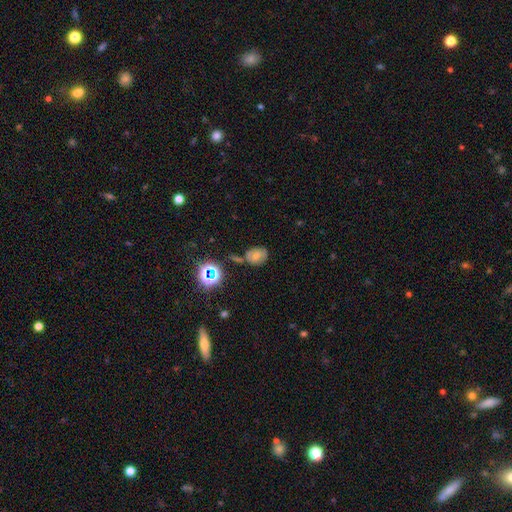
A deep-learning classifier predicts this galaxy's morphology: The model was most divided on "how rounded": in between: 50%, round: 48%, cigar-shaped: 1%. More confident: merging — none (57%); smooth or featured — smooth (50%).